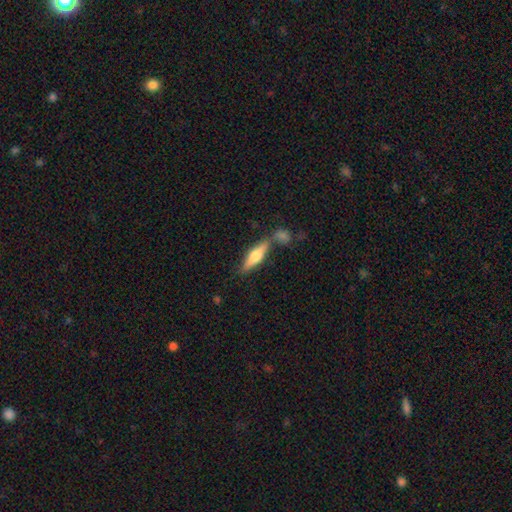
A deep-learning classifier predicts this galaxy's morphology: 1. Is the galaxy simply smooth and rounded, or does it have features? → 49% smooth, 45% featured or disk, 6% star or artifact.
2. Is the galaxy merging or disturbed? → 62% none, 20% merger, 13% minor disturbance, 5% major disturbance.